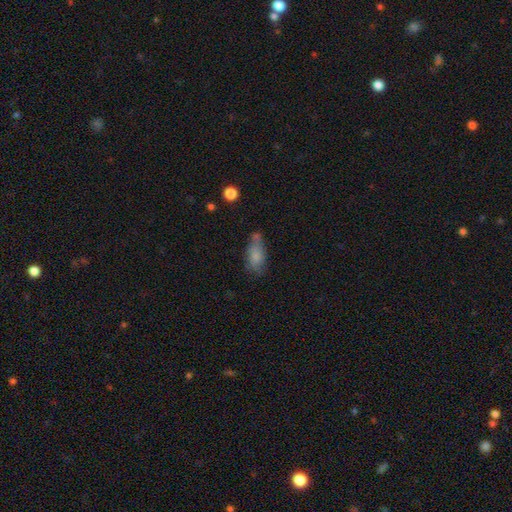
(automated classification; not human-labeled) A smooth galaxy with no disk features (77%) that is in between round and cigar-shaped (84%).

Vote fractions:
- Smooth or featured? smooth: 77% / featured or disk: 14% / star or artifact: 8%
- How rounded? in between: 84% / cigar-shaped: 12% / round: 4%
- Merging? none: 46% / minor disturbance: 28% / merger: 15% / major disturbance: 10%